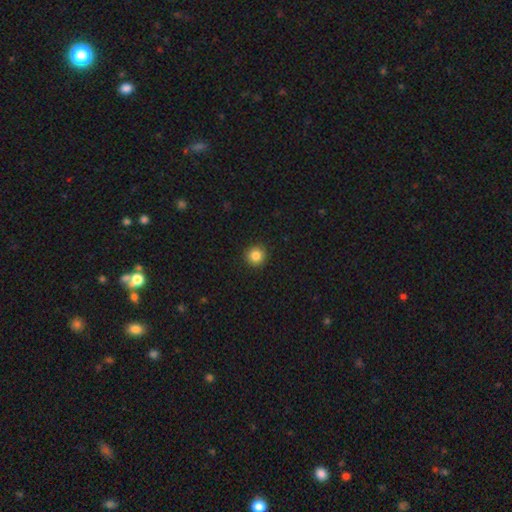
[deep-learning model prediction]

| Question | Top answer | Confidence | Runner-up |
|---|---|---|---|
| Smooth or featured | smooth | 85% | star or artifact (11%) |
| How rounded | round | 95% | in between (4%) |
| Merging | none | 93% | minor disturbance (4%) |